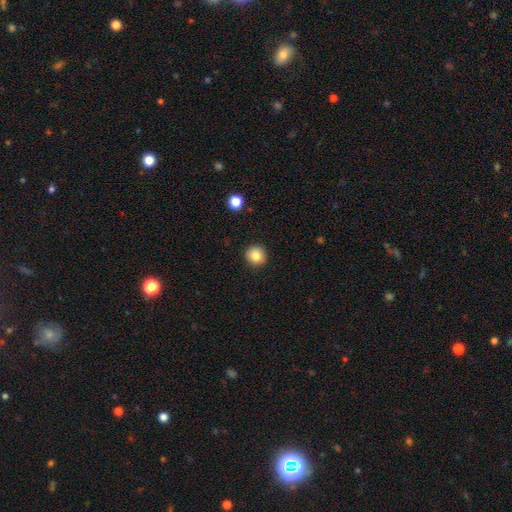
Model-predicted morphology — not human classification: smooth-or-featured: smooth: 83% | star or artifact: 10% | featured or disk: 7%
  how-rounded: round: 92% | in between: 7% | cigar-shaped: 1%
  merging: none: 92% | minor disturbance: 6% | major disturbance: 2% | merger: 1%